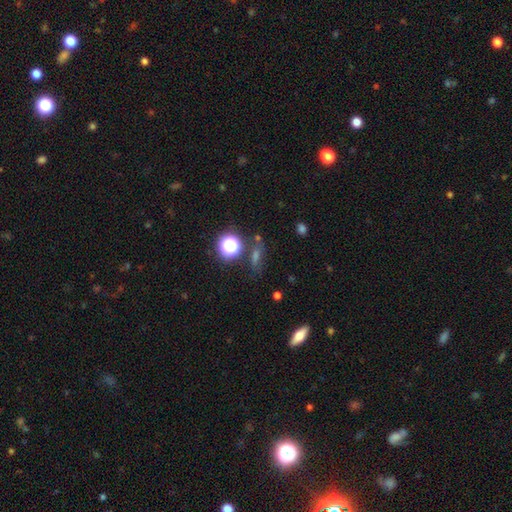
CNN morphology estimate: star or artifact 43%, smooth 41%, featured or disk 17%.